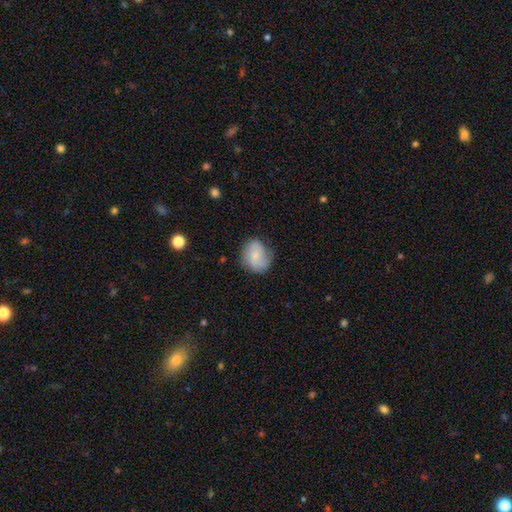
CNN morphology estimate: smooth 68%, featured or disk 25%, star or artifact 7%. Down the decision tree: how rounded — round (57%); merging — none (64%).